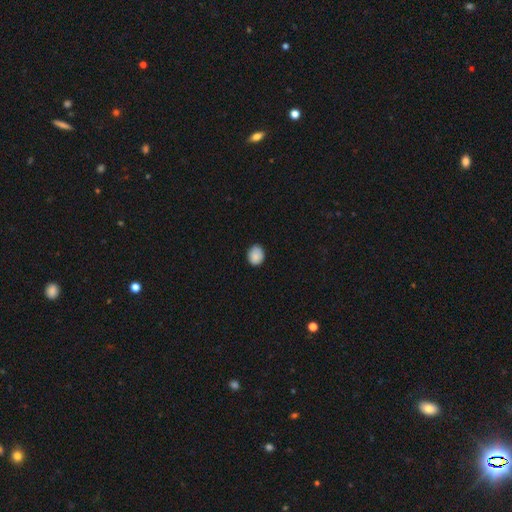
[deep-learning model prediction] Q: Smooth or featured?
A: smooth (88%); runner-up: star or artifact (8%)
Q: How rounded?
A: round (53%); runner-up: in between (46%)
Q: Merging?
A: none (84%); runner-up: minor disturbance (13%)